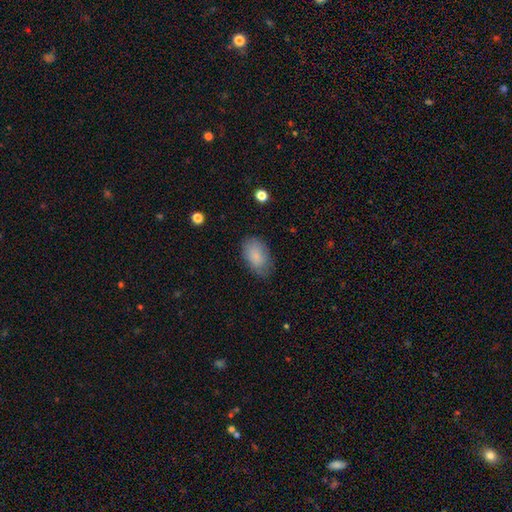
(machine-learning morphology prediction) Smooth or featured: smooth — 85% (featured or disk — 8%)
How rounded: in between — 92% (round — 7%)
Merging: none — 75% (minor disturbance — 19%)